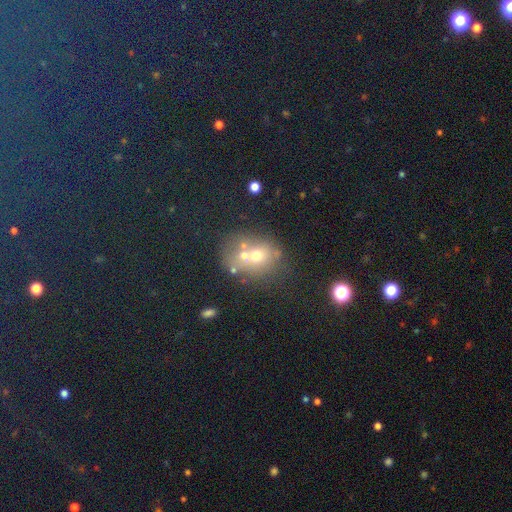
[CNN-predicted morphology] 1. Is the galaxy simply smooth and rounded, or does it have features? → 54% smooth, 26% featured or disk, 20% star or artifact.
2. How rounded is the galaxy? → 67% round, 32% in between, 1% cigar-shaped.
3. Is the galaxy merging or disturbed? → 42% none, 41% merger, 11% minor disturbance, 6% major disturbance.